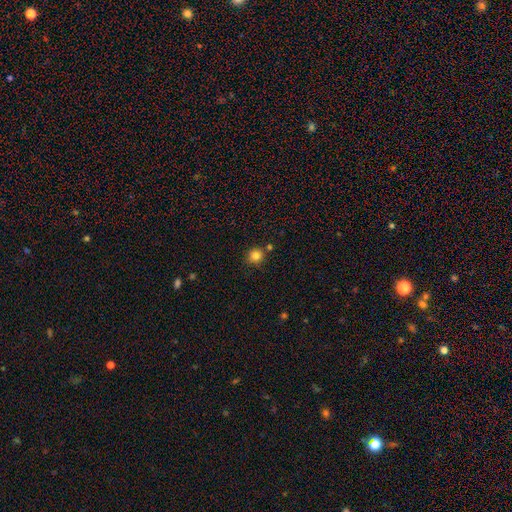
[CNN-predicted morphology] The model was most divided on "merging": none: 79%, minor disturbance: 10%, merger: 9%, major disturbance: 3%. More confident: how rounded — round (89%); smooth or featured — smooth (83%).